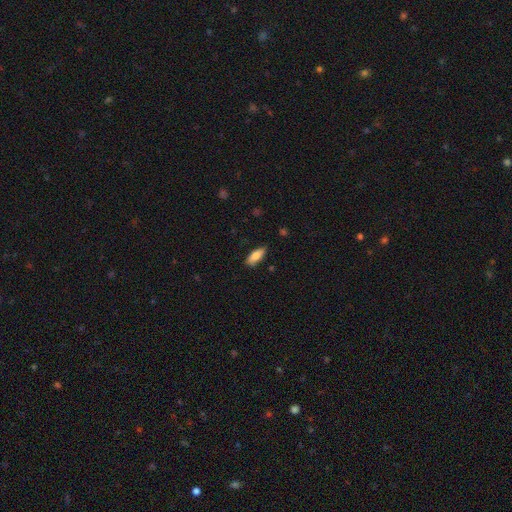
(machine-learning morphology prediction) type=smooth (81%); roundness=in between (72%); merging=none (81%).